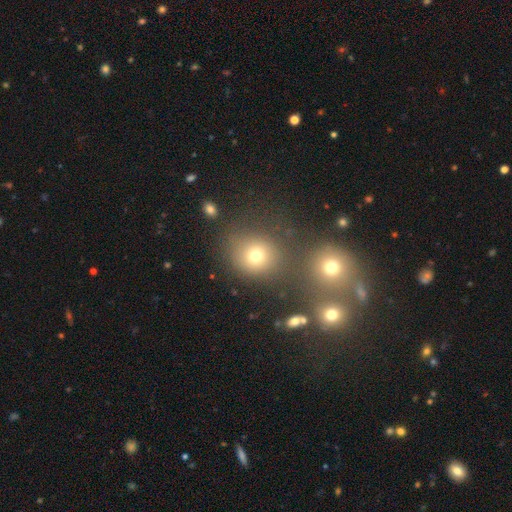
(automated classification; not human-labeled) smooth_or_featured: smooth (p=0.71) [alt: star or artifact p=0.19]
how_rounded: round (p=0.78) [alt: in between p=0.21]
merging: none (p=0.68) [alt: merger p=0.15]